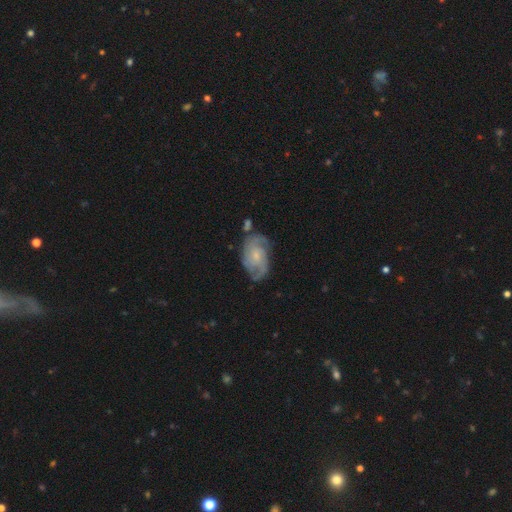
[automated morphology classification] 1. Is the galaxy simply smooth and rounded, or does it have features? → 82% featured or disk, 12% smooth, 5% star or artifact.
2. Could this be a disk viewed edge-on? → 97% no, 3% yes.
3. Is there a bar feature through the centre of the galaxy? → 68% no, 28% weak, 4% strong.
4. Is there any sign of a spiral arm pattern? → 95% yes, 5% no.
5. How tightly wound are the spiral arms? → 45% tight, 42% medium, 12% loose.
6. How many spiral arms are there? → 47% 2, 24% 3, 16% can't tell, 6% 4, 4% 1, 3% more than 4.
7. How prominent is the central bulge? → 62% small, 29% moderate, 6% none, 2% large, 1% dominant.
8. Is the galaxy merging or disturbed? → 67% none, 21% minor disturbance, 8% major disturbance, 4% merger.